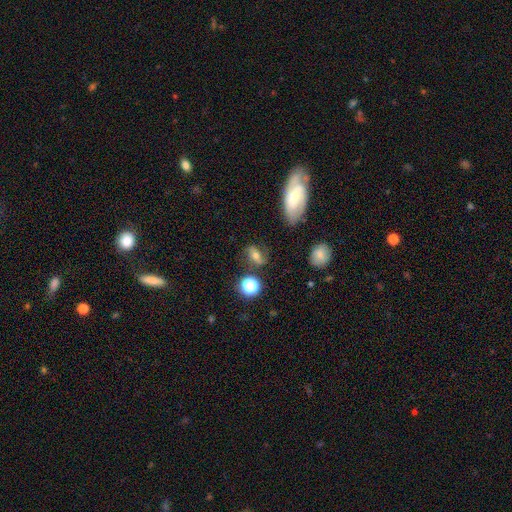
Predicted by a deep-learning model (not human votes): Smooth or featured?
  - smooth: 43% *
  - featured or disk: 40%
  - star or artifact: 16%
Merging?
  - none: 71% *
  - minor disturbance: 17%
  - major disturbance: 7%
  - merger: 5%